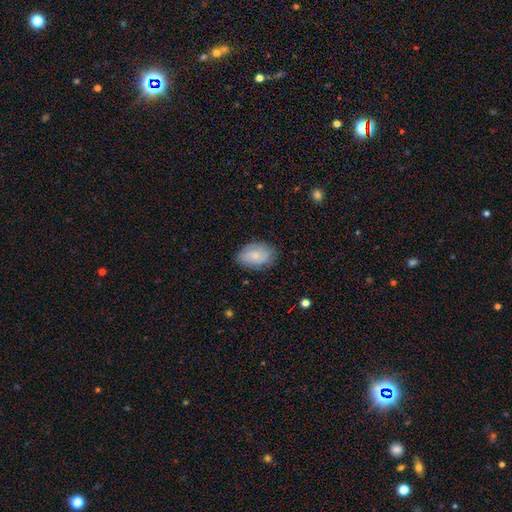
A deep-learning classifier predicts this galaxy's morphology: A smooth galaxy with no disk features (60%) that is in between round and cigar-shaped (86%). Merging: none (79%).